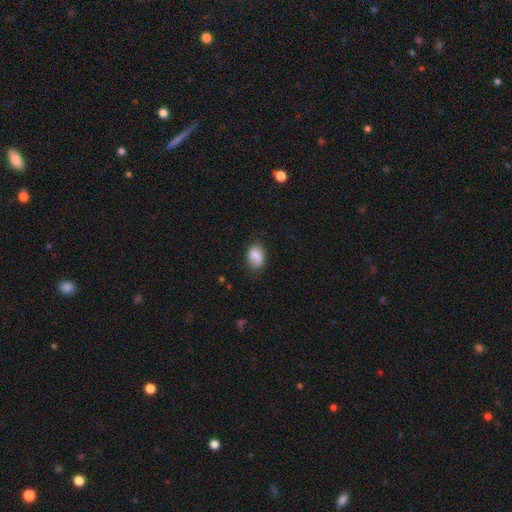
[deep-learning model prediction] A smooth galaxy with no disk features (82%) that is in between round and cigar-shaped (78%).

Vote fractions:
- Smooth or featured? smooth: 82% / featured or disk: 11% / star or artifact: 8%
- How rounded? in between: 78% / round: 20% / cigar-shaped: 1%
- Merging? none: 74% / minor disturbance: 20% / major disturbance: 4% / merger: 2%